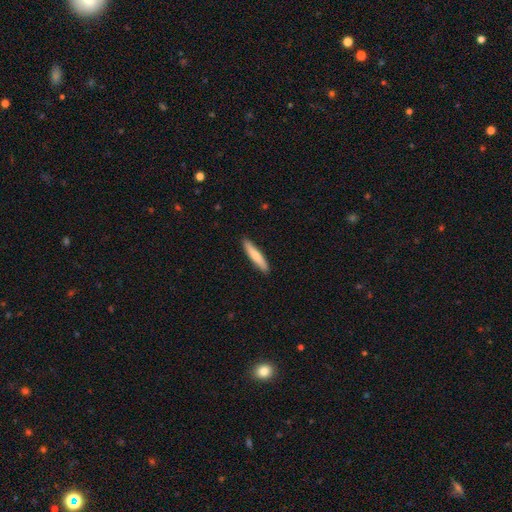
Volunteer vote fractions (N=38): Volunteers were most divided on "smooth or featured": smooth: 68%, featured or disk: 24%, star or artifact: 8%. More confident: merging — none (97%); how rounded — cigar-shaped (92%).